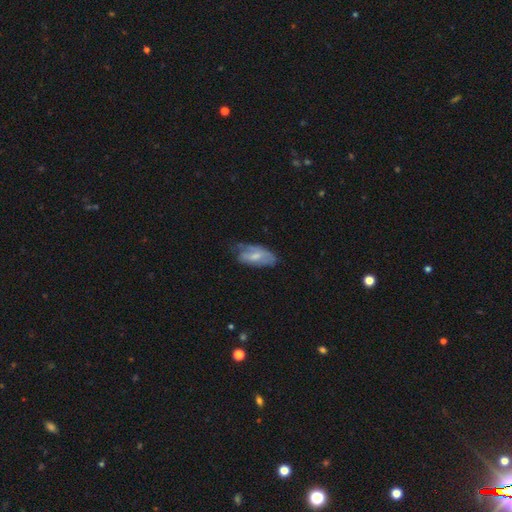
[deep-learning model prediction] A featured or disk galaxy (49%).

Vote fractions:
- Smooth or featured? featured or disk: 49% / smooth: 44% / star or artifact: 7%
- Merging? none: 43% / minor disturbance: 35% / major disturbance: 21% / merger: 2%